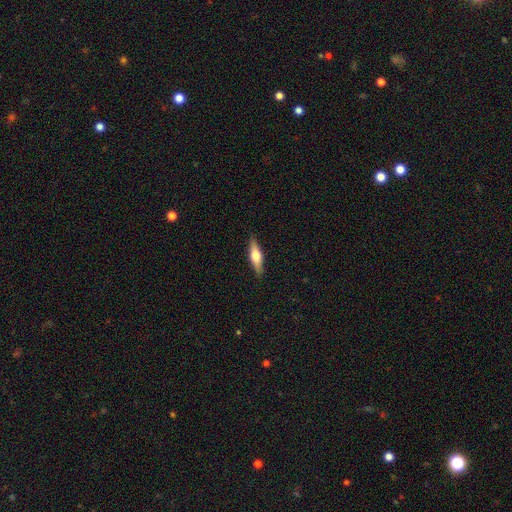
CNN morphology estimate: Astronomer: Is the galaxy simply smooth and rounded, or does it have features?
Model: featured or disk — 48% (runner-up: smooth, 46%).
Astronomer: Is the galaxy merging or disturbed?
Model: none — 89%.